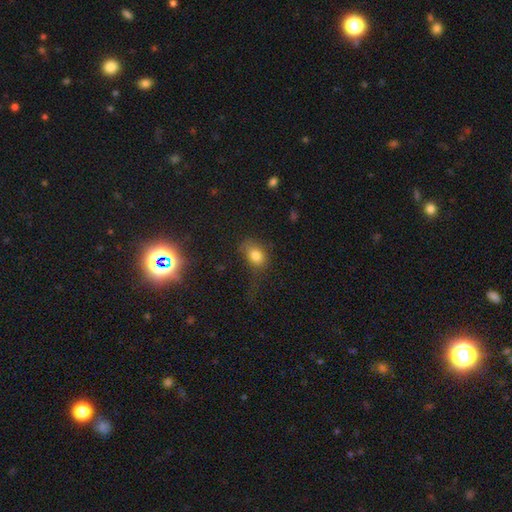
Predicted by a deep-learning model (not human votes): A smooth galaxy with no disk features (80%) that is in between round and cigar-shaped (75%).

Vote fractions:
- Smooth or featured? smooth: 80% / star or artifact: 11% / featured or disk: 10%
- How rounded? in between: 75% / round: 24% / cigar-shaped: 2%
- Merging? none: 48% / minor disturbance: 26% / major disturbance: 23% / merger: 3%